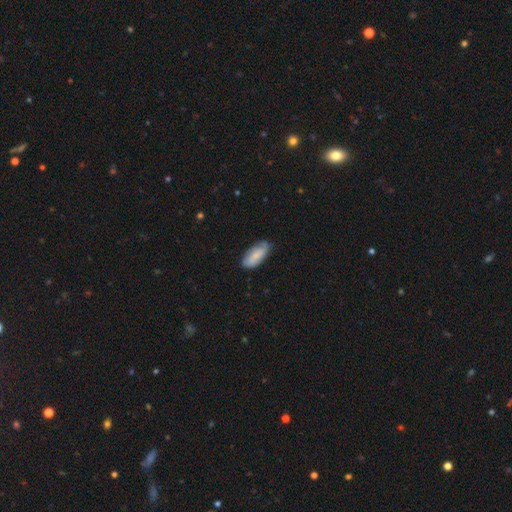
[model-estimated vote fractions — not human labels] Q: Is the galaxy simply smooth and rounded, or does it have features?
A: smooth — 67%.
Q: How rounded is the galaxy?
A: in between — 86%.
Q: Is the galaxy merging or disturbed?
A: none — 67%.